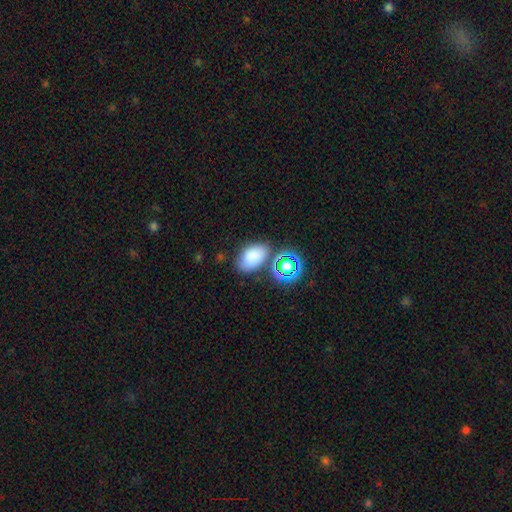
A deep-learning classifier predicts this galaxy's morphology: This is likely a smooth galaxy (76%). How rounded: clearly in between (85%). Merging: likely none (67%).